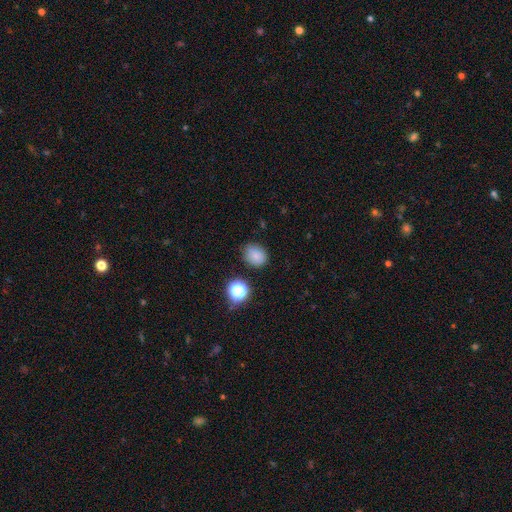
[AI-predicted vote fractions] Smooth or featured? smooth (80%)
How rounded? round (58%)
Merging? none (80%)